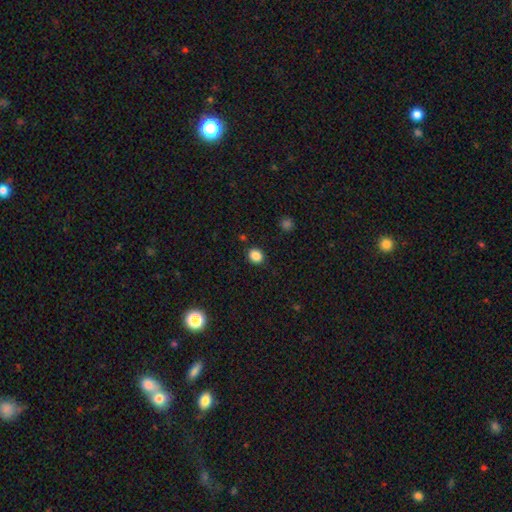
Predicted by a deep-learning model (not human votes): smooth 85%, star or artifact 11%, featured or disk 4%. Down the decision tree: how rounded — round (71%); merging — none (89%).